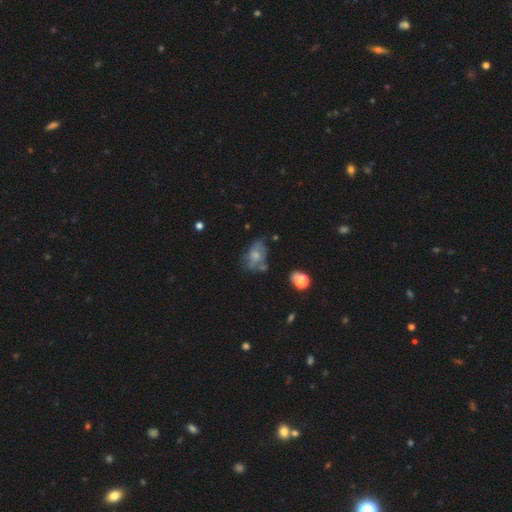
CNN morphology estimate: smooth-or-featured: smooth: 48% | featured or disk: 41% | star or artifact: 11%
  merging: none: 37% | minor disturbance: 29% | major disturbance: 22% | merger: 12%